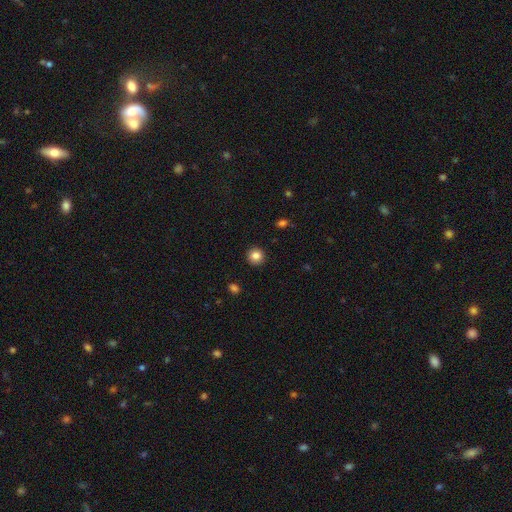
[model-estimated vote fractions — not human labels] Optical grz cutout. It shows a smooth galaxy with no disk features (85%) that is round (94%). Merging: none (92%).